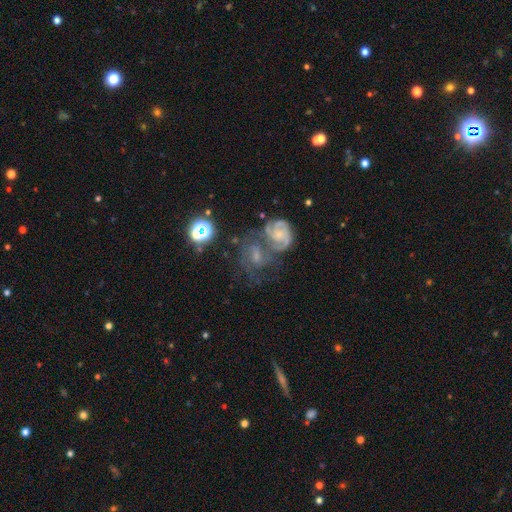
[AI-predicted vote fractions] The model was most divided on "spiral arm count": 2: 40%, can't tell: 29%, 3: 18%, 1: 5%, 4: 4%, more than 4: 4%. More confident: edge-on disk — no (97%); spiral arms — yes (90%); smooth or featured — featured or disk (70%); merging — merger (54%); bulge size — small (53%); spiral winding — tight (52%); bar — no (50%).